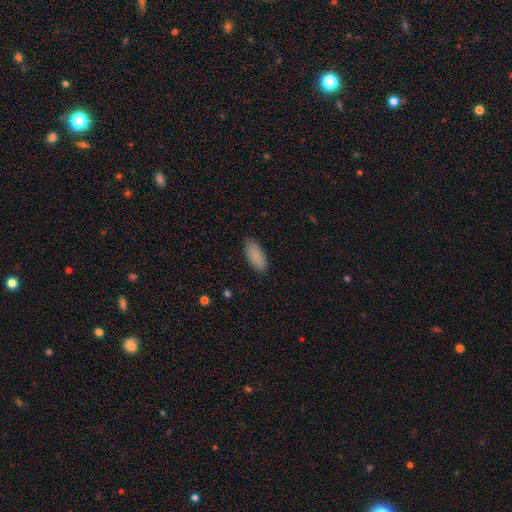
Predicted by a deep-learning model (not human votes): This appears to be a smooth galaxy with no disk features (89%) that is in between round and cigar-shaped (83%). Merging: none (85%).